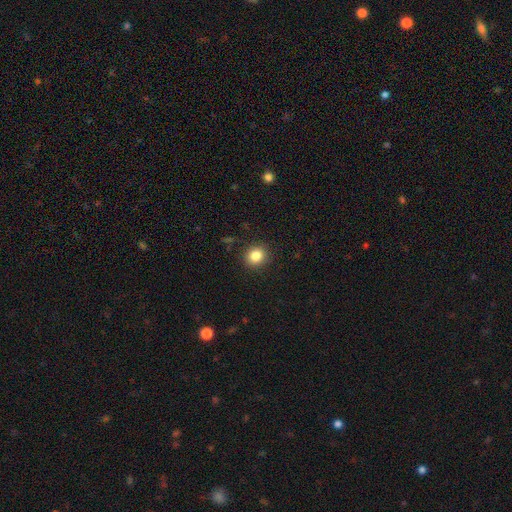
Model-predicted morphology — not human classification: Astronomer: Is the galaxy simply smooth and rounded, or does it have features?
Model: smooth — 83%.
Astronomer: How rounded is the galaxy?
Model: round — 83%.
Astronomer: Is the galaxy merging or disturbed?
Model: none — 91%.